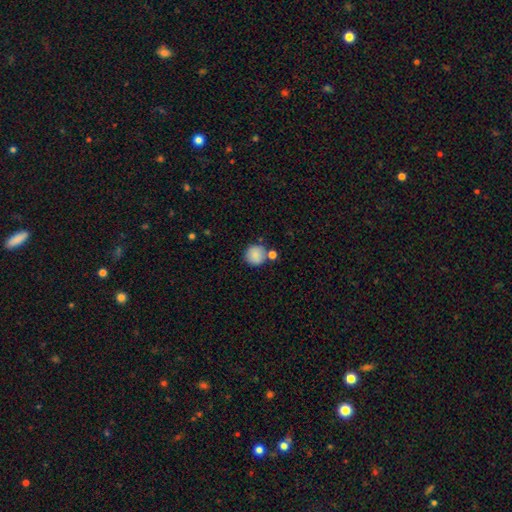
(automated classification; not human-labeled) Smooth or featured?
  - smooth: 86% *
  - star or artifact: 8%
  - featured or disk: 5%
How rounded?
  - round: 93% *
  - in between: 6%
  - cigar-shaped: 1%
Merging?
  - none: 71% *
  - merger: 15%
  - minor disturbance: 11%
  - major disturbance: 3%